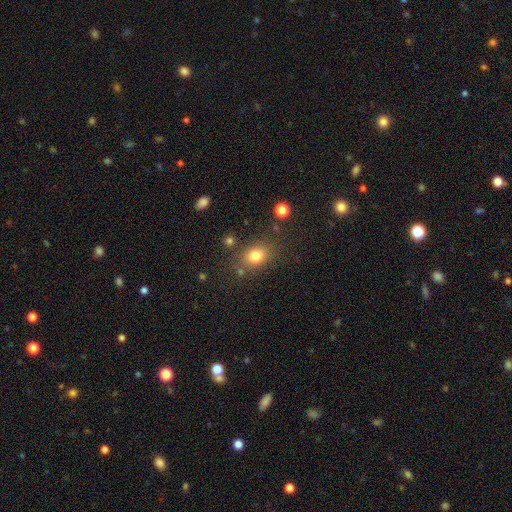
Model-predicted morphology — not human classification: smooth_or_featured: smooth (p=0.79) [alt: star or artifact p=0.12]
how_rounded: in between (p=0.61) [alt: round p=0.37]
merging: none (p=0.75) [alt: minor disturbance p=0.14]